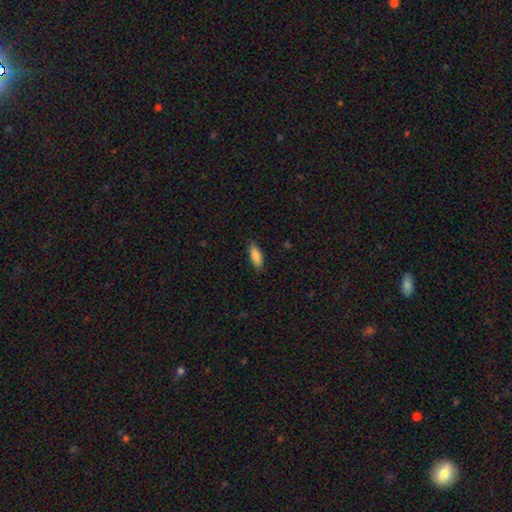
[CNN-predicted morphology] Q: Smooth or featured?
A: smooth (86%); runner-up: featured or disk (8%)
Q: How rounded?
A: in between (71%); runner-up: cigar-shaped (27%)
Q: Merging?
A: none (86%); runner-up: minor disturbance (11%)